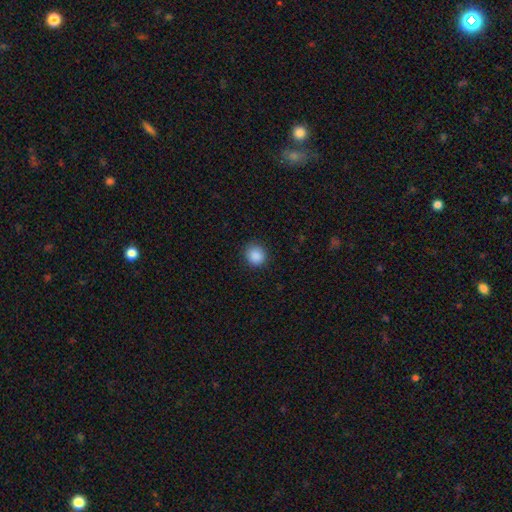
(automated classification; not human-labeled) Morphology: type=smooth (88%); roundness=round (89%); merging=none (89%).